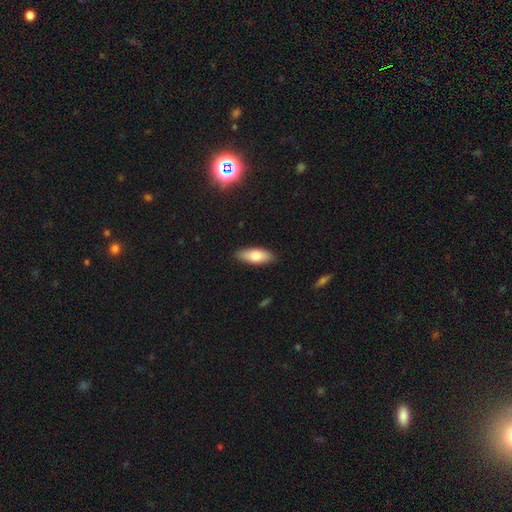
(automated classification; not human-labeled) Morphology: type=smooth (78%); roundness=in between (73%); merging=none (87%).